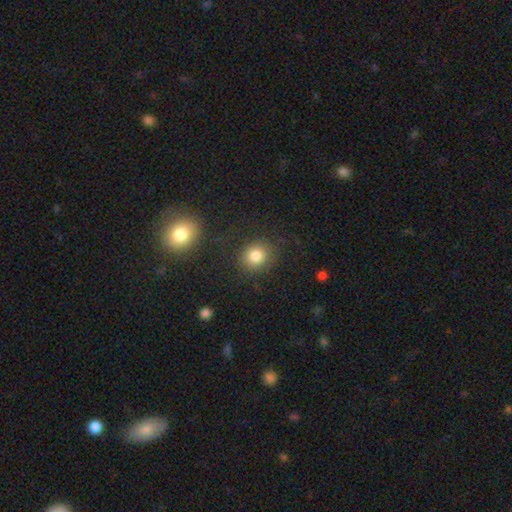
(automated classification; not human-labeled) A smooth galaxy with no disk features (82%) that is round (80%).

Vote fractions:
- Smooth or featured? smooth: 82% / star or artifact: 12% / featured or disk: 7%
- How rounded? round: 80% / in between: 19% / cigar-shaped: 1%
- Merging? none: 82% / minor disturbance: 10% / major disturbance: 5% / merger: 3%